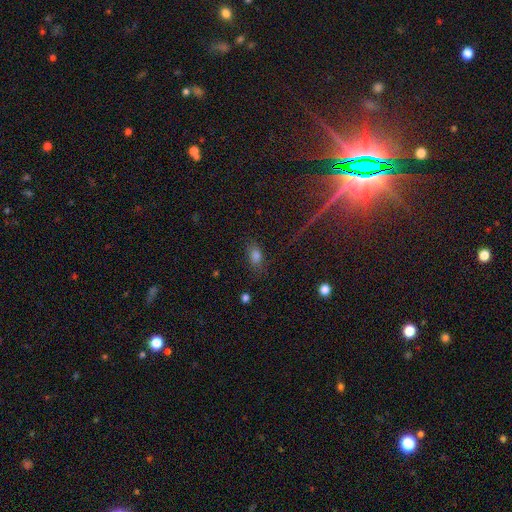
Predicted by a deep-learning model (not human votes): Smooth or featured? Predicted: smooth (p=0.76). How rounded? Predicted: in between (p=0.85). Merging? Predicted: none (p=0.73).